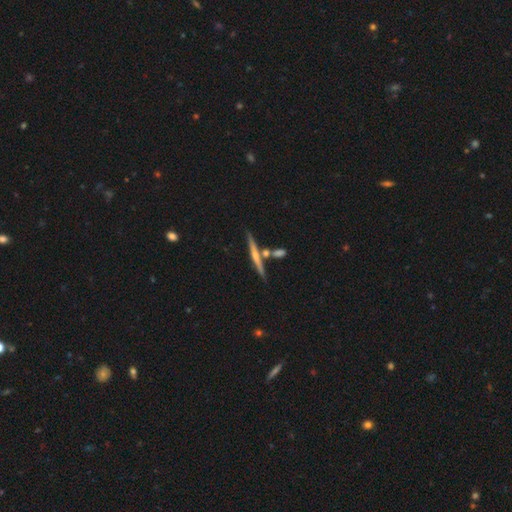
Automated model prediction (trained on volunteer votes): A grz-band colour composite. It shows a featured or disk galaxy (59%) viewed edge-on (96%) with a rounded central bulge (57%). Merging: none (71%).